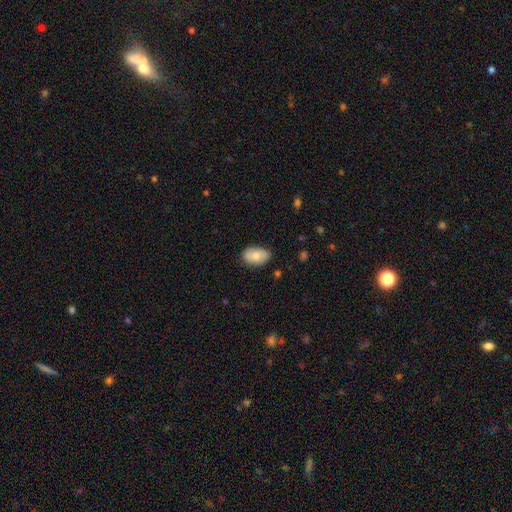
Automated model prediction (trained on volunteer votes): Morphology: type=smooth (74%); roundness=in between (92%); merging=none (80%).